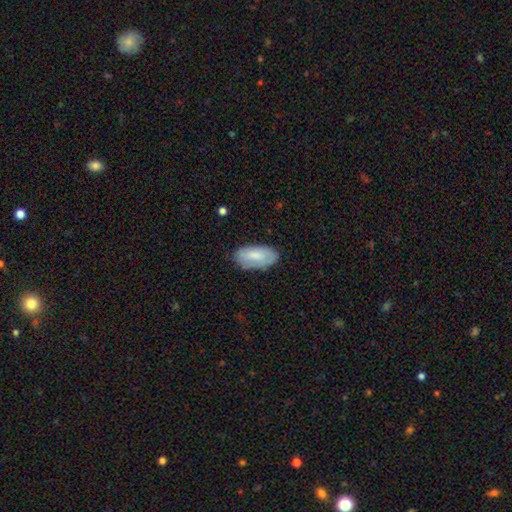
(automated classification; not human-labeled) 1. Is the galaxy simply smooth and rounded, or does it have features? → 77% smooth, 17% featured or disk, 6% star or artifact.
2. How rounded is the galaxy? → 94% in between, 4% cigar-shaped, 2% round.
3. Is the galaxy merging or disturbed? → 77% none, 18% minor disturbance, 4% major disturbance, 1% merger.